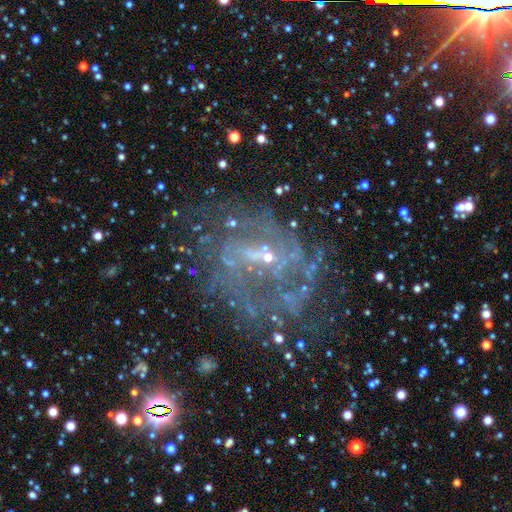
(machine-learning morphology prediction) Smooth or featured: featured or disk — 73% (star or artifact — 18%)
Edge-on disk: no — 97% (yes — 3%)
Bar: weak — 42% (no — 40%)
Spiral arms: yes — 66% (no — 34%)
Bulge size: small — 62% (none — 20%)
Merging: none — 48% (major disturbance — 28%)